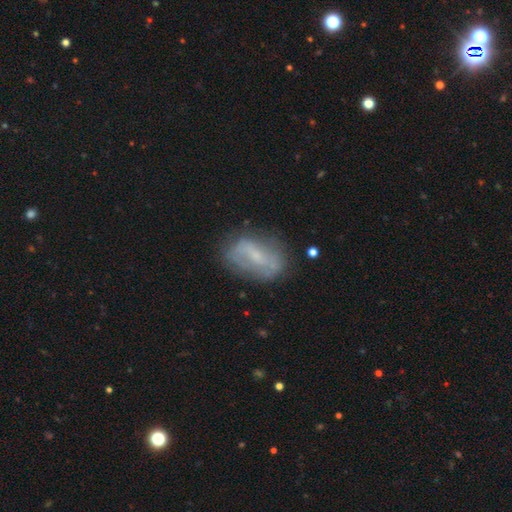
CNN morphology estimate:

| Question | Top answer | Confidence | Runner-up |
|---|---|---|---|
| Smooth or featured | featured or disk | 53% | smooth (39%) |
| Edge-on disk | no | 92% | yes (8%) |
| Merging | none | 65% | minor disturbance (22%) |